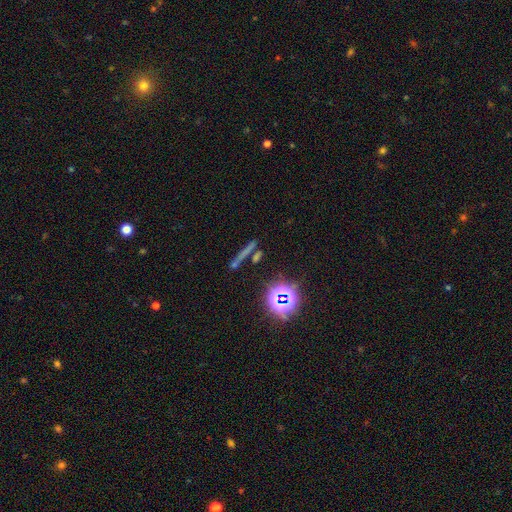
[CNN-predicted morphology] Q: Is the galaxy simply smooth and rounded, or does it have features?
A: star or artifact — 41%.